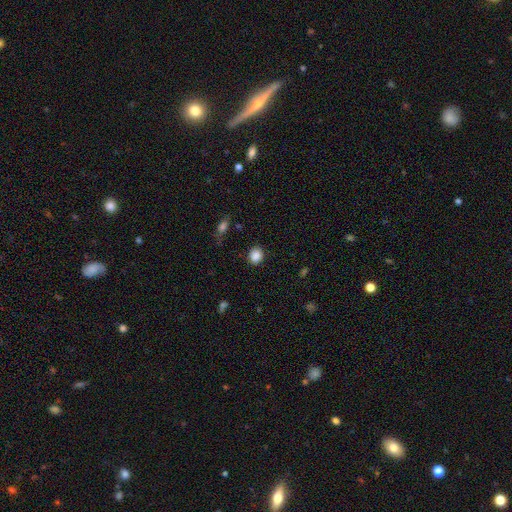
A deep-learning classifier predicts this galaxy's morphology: type=smooth (87%); roundness=round (73%); merging=none (87%).